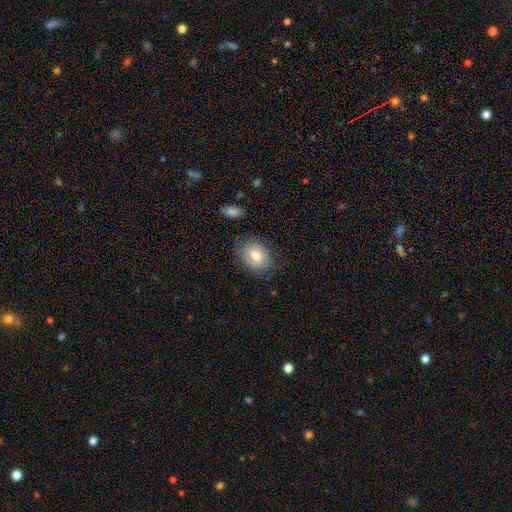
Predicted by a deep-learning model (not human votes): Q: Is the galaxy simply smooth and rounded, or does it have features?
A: smooth — 74%.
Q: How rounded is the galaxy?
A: in between — 69%.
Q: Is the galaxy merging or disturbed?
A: none — 77%.